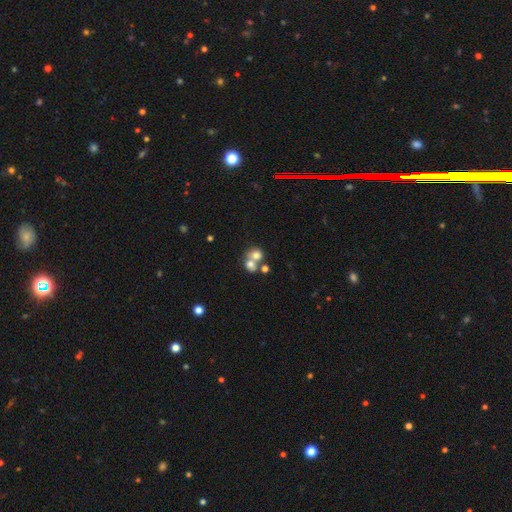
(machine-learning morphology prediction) Q: Smooth or featured?
A: smooth (68%); runner-up: featured or disk (20%)
Q: How rounded?
A: round (69%); runner-up: in between (30%)
Q: Merging?
A: merger (64%); runner-up: none (26%)